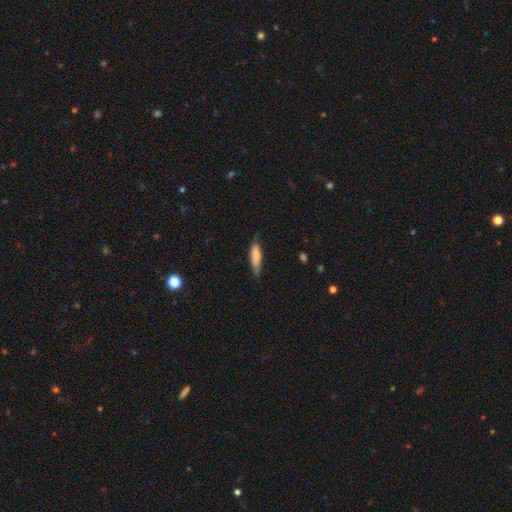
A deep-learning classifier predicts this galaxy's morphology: Smooth or featured? Predicted: smooth (p=0.79). How rounded? Predicted: cigar-shaped (p=0.63). Merging? Predicted: none (p=0.69).